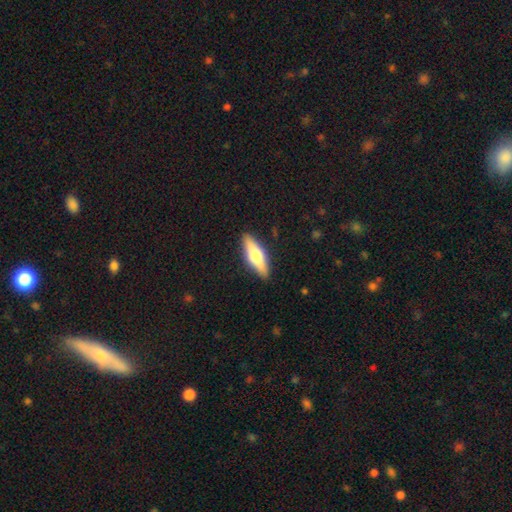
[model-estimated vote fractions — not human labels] Smooth or featured?
  - featured or disk: 48% *
  - smooth: 47%
  - star or artifact: 6%
Merging?
  - none: 90% *
  - minor disturbance: 8%
  - major disturbance: 2%
  - merger: 1%